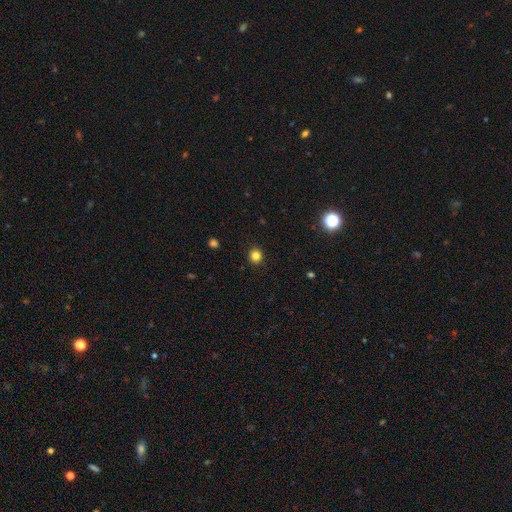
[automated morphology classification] Q: Smooth or featured?
A: smooth (83%); runner-up: star or artifact (13%)
Q: How rounded?
A: round (90%); runner-up: in between (9%)
Q: Merging?
A: none (92%); runner-up: minor disturbance (5%)